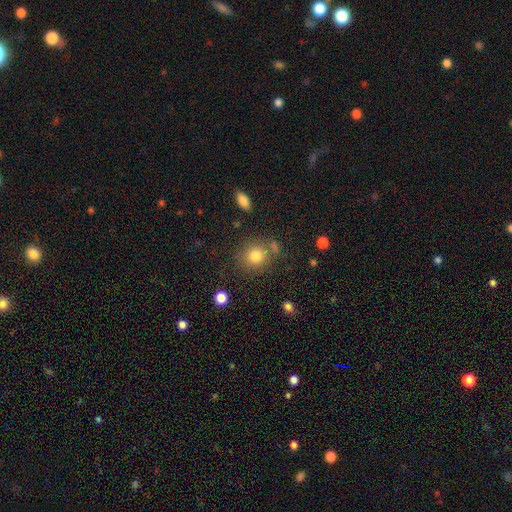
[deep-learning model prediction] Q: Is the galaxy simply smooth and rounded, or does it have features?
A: smooth — 81%.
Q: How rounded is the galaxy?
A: round — 83%.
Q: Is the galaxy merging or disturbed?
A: none — 74%.